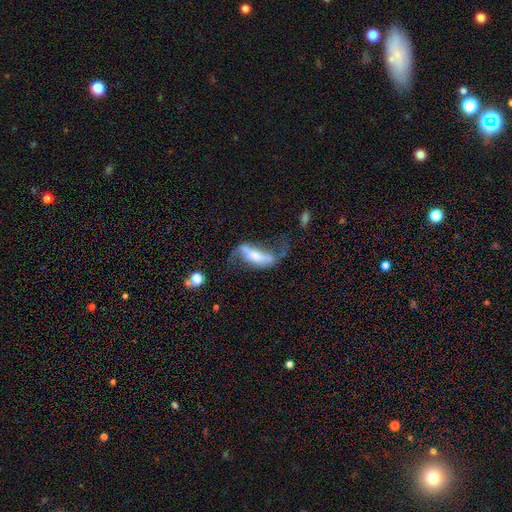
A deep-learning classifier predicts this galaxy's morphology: Smooth or featured? featured or disk (70%)
Edge-on disk? no (85%)
Bar? strong (45%)
Spiral arms? yes (81%)
Bulge size? moderate (33%)
Merging? none (37%)